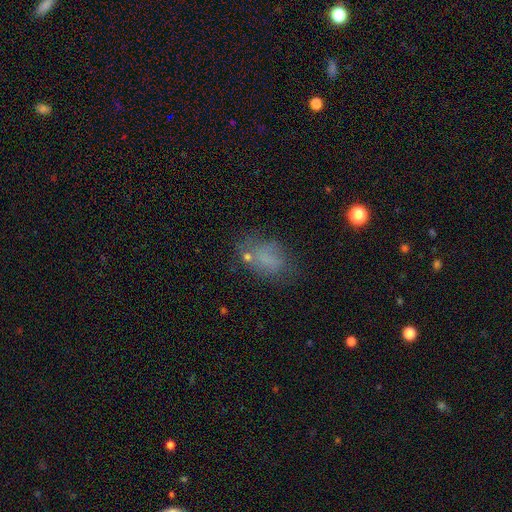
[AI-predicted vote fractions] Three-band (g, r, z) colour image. It shows a smooth galaxy with no disk features (62%) that is in between round and cigar-shaped (78%). Merging: none (52%).